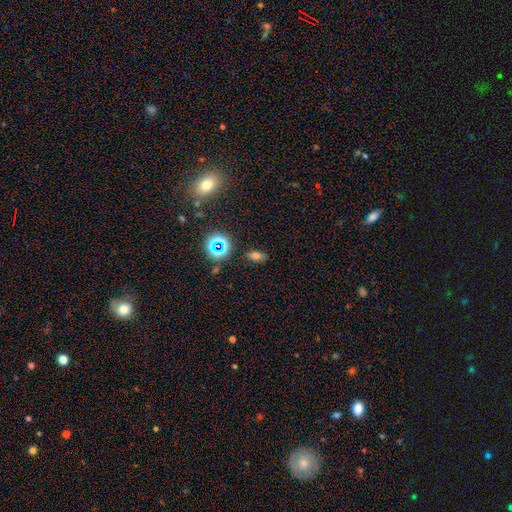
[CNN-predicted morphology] This is likely a smooth galaxy (68%). How rounded: clearly in between (80%). Merging: clearly none (84%).